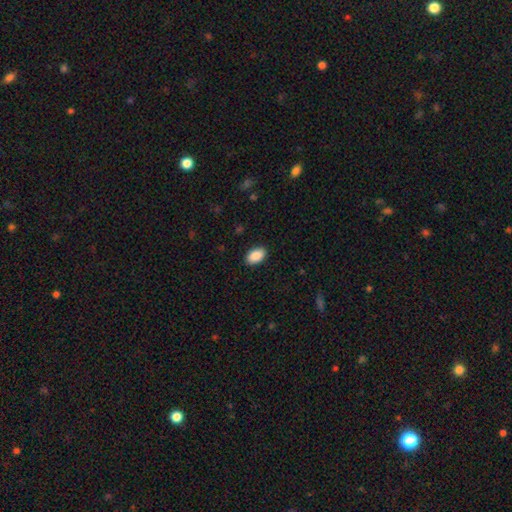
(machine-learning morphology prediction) A smooth galaxy with no disk features (90%) that is in between round and cigar-shaped (94%). Merging: none (89%).